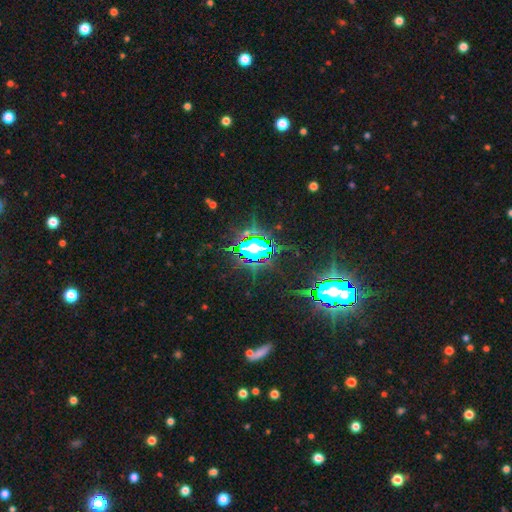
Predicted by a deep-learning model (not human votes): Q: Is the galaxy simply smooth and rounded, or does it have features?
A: star or artifact — 83%.